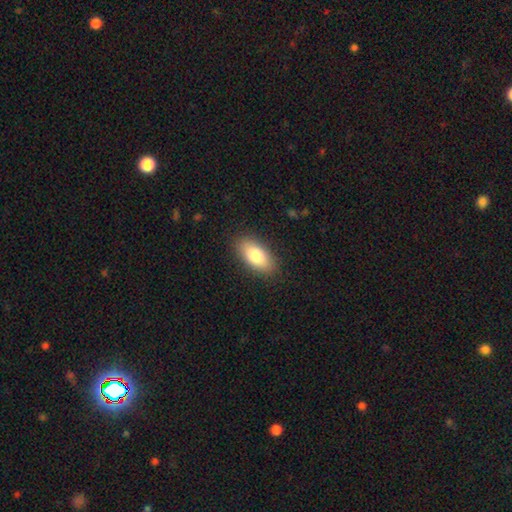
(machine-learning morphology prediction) Smooth or featured? Predicted: smooth (p=0.82). How rounded? Predicted: in between (p=0.89). Merging? Predicted: none (p=0.87).